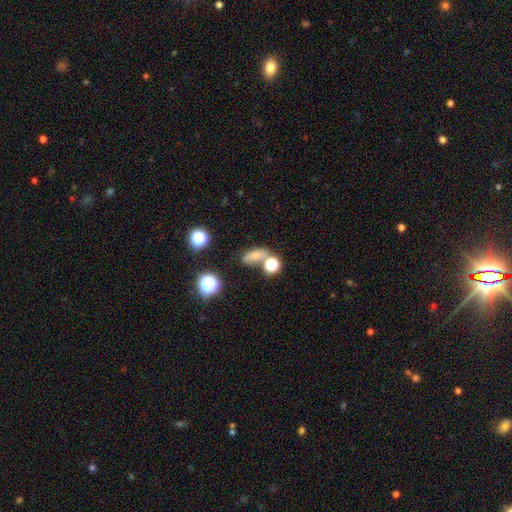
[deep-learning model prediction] This is likely a smooth galaxy (68%). How rounded: likely in between (70%). Merging: possibly none (49%).